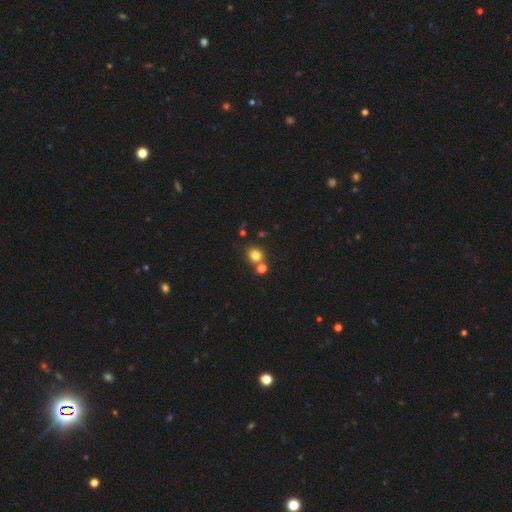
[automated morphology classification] Smooth or featured?
  - smooth: 79% *
  - star or artifact: 15%
  - featured or disk: 7%
How rounded?
  - round: 81% *
  - in between: 18%
  - cigar-shaped: 1%
Merging?
  - none: 66% *
  - merger: 23%
  - minor disturbance: 8%
  - major disturbance: 3%